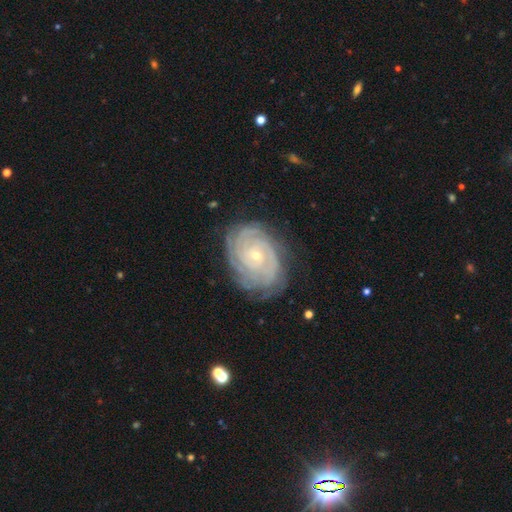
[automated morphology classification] Overall: featured or disk (89%). Edge-on disk: no (97%). Bar: no (72%). Spiral arms: yes (98%). Spiral arm count: can't tell (25%; 4 23%). Spiral winding: tight (85%). Bulge size: small (75%). Merging: none (77%).